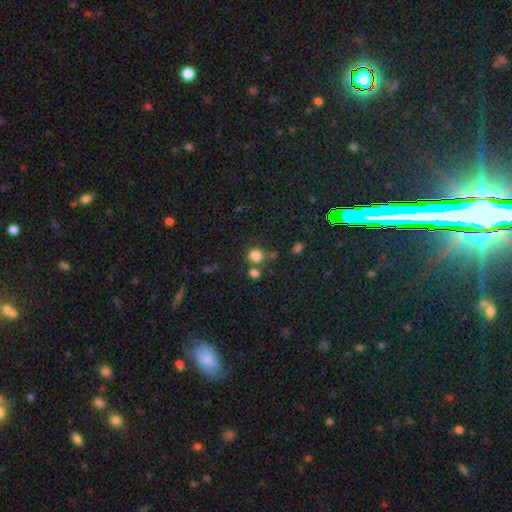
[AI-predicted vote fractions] Q: Smooth or featured?
A: smooth (81%); runner-up: star or artifact (13%)
Q: How rounded?
A: round (83%); runner-up: in between (16%)
Q: Merging?
A: none (66%); runner-up: merger (20%)